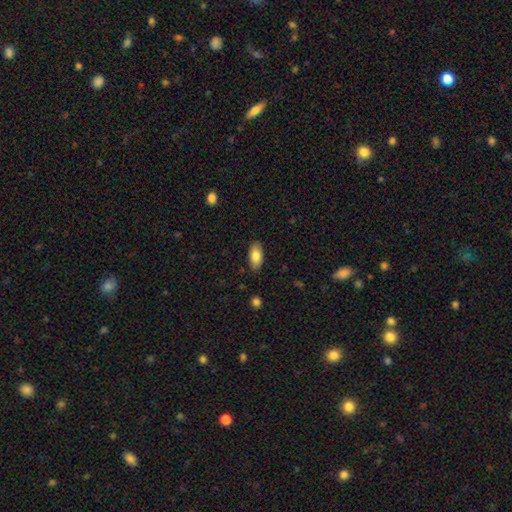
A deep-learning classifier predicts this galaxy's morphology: This is clearly a smooth galaxy (82%). How rounded: clearly in between (92%). Merging: clearly none (87%).